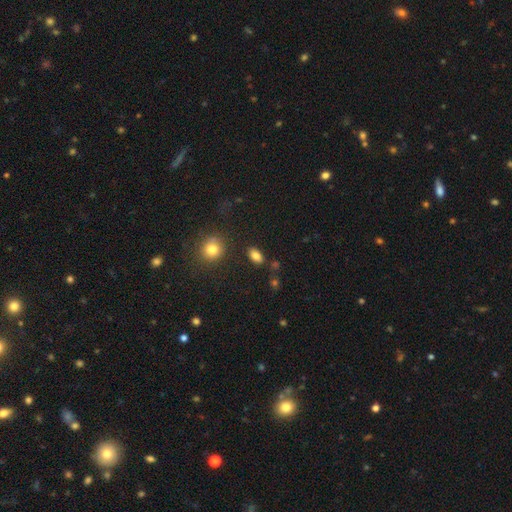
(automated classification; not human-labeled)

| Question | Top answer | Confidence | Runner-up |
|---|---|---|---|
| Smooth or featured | smooth | 84% | star or artifact (10%) |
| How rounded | in between | 89% | round (9%) |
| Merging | none | 82% | minor disturbance (10%) |